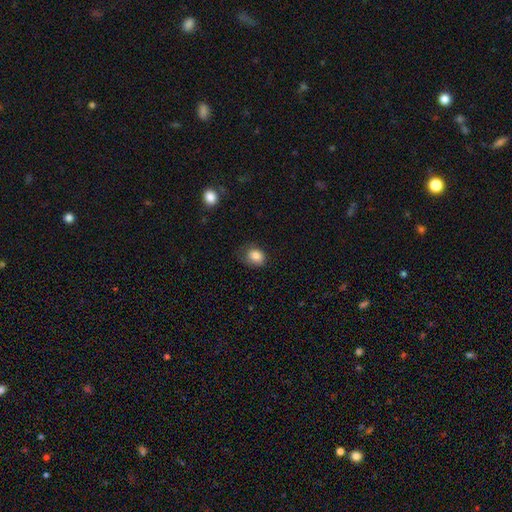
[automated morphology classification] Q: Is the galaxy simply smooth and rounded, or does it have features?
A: smooth — 85%.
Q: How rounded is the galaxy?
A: round — 53%.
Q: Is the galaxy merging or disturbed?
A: none — 61%.